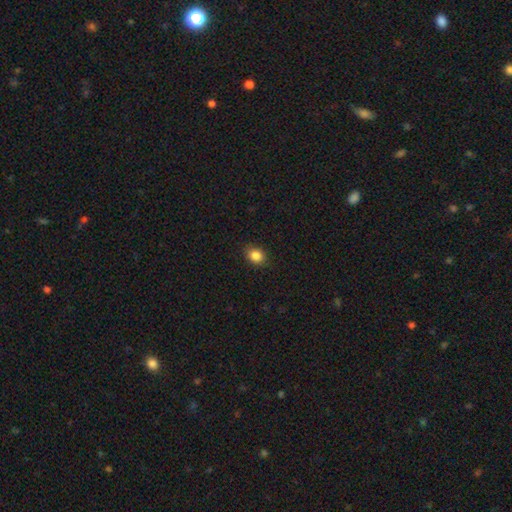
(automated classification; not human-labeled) Q: Smooth or featured?
A: smooth (85%); runner-up: star or artifact (10%)
Q: How rounded?
A: round (51%); runner-up: in between (48%)
Q: Merging?
A: none (87%); runner-up: minor disturbance (10%)